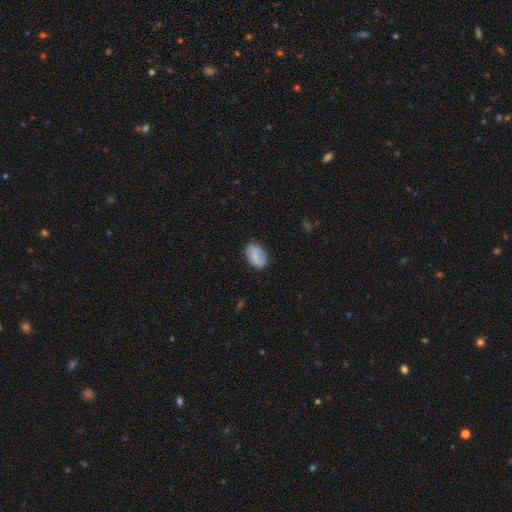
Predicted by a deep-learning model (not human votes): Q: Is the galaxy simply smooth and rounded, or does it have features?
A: smooth — 72%.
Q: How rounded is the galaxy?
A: in between — 88%.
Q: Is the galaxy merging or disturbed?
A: none — 80%.